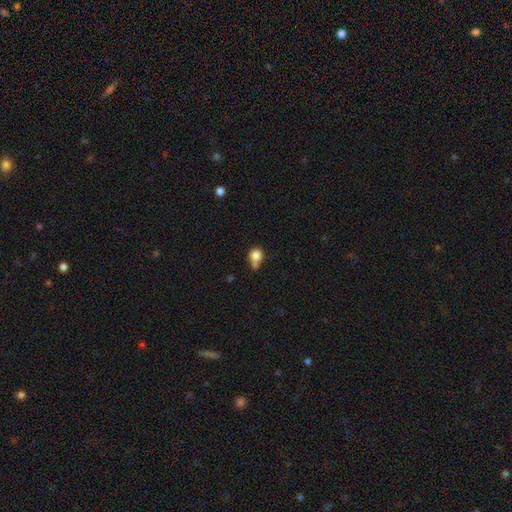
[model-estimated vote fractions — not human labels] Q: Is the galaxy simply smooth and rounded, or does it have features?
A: smooth — 81%.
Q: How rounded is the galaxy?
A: round — 80%.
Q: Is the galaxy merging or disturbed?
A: none — 41%.